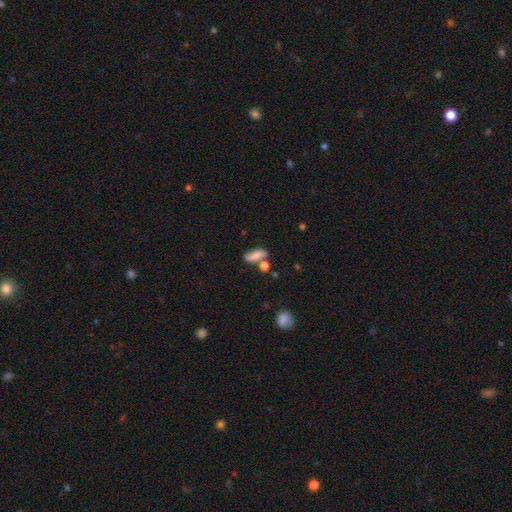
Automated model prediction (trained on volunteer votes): smooth-or-featured: smooth: 61% | featured or disk: 28% | star or artifact: 11%
  how-rounded: in between: 69% | cigar-shaped: 23% | round: 7%
  merging: none: 49% | merger: 23% | minor disturbance: 20% | major disturbance: 8%